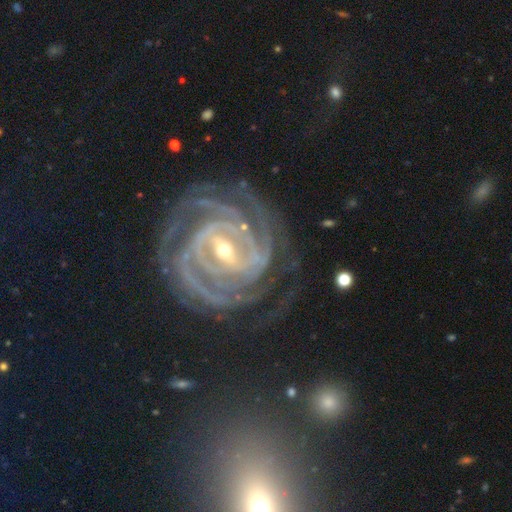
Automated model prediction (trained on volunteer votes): Smooth or featured? Predicted: featured or disk (p=0.93). Edge-on disk? Predicted: no (p=0.97). Bar? Predicted: strong (p=0.56). Spiral arms? Predicted: yes (p=0.99). Spiral winding? Predicted: tight (p=0.76). Spiral arm count? Predicted: 4 (p=0.25). Bulge size? Predicted: small (p=0.59). Merging? Predicted: none (p=0.72).